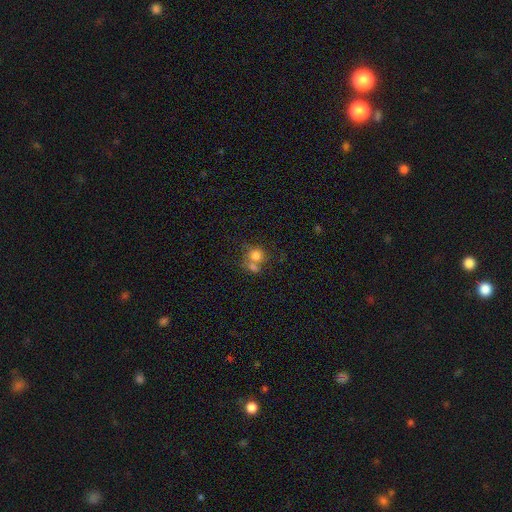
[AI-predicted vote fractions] This is likely a smooth galaxy (77%). How rounded: likely round (79%). Merging: possibly merger (48%).